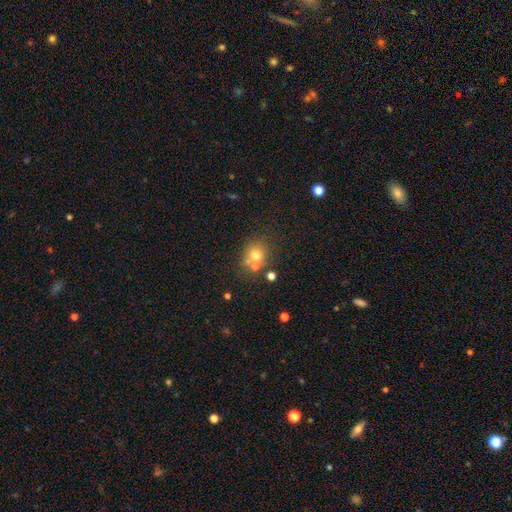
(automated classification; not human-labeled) The model was most divided on "merging": none: 56%, merger: 28%, minor disturbance: 12%, major disturbance: 5%. More confident: how rounded — round (78%); smooth or featured — smooth (67%).